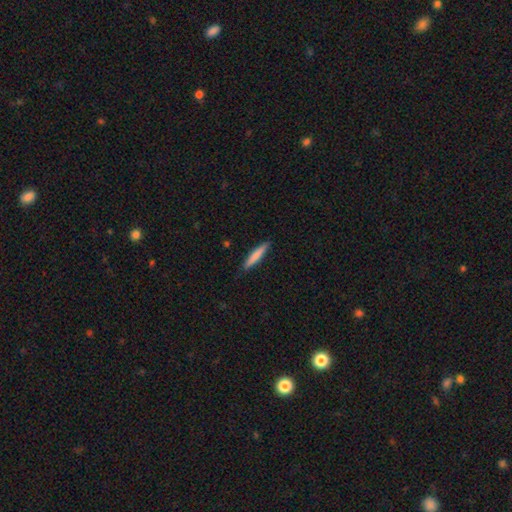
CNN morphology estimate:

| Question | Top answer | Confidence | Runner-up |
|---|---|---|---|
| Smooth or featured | smooth | 77% | featured or disk (18%) |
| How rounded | cigar-shaped | 92% | in between (7%) |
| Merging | none | 89% | minor disturbance (9%) |